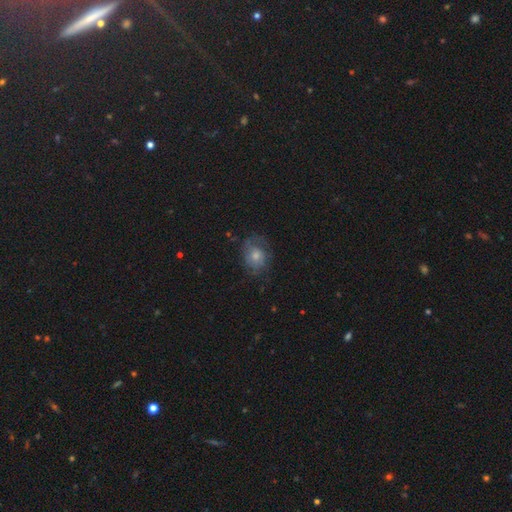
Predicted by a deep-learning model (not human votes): The model was most divided on "smooth or featured": smooth: 49%, featured or disk: 41%, star or artifact: 10%. More confident: merging — none (59%).